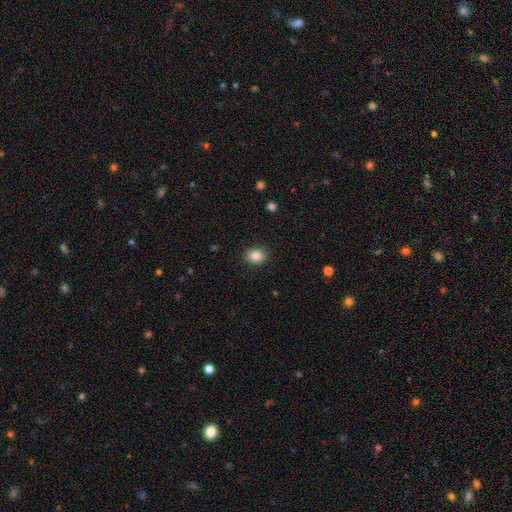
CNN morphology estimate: This is clearly a smooth galaxy (86%). How rounded: likely round (60%). Merging: clearly none (89%).